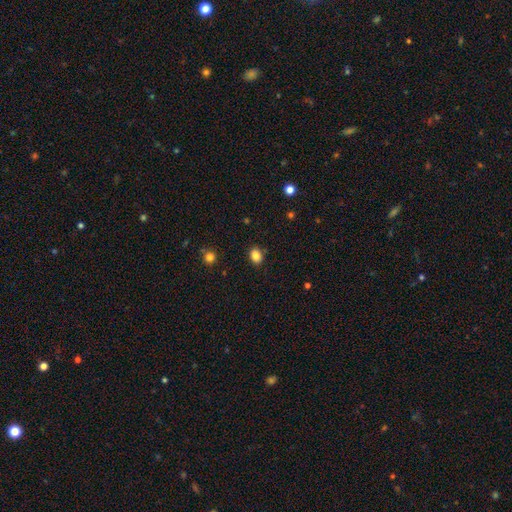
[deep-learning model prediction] Smooth or featured? Predicted: smooth (p=0.85). How rounded? Predicted: in between (p=0.65). Merging? Predicted: none (p=0.87).